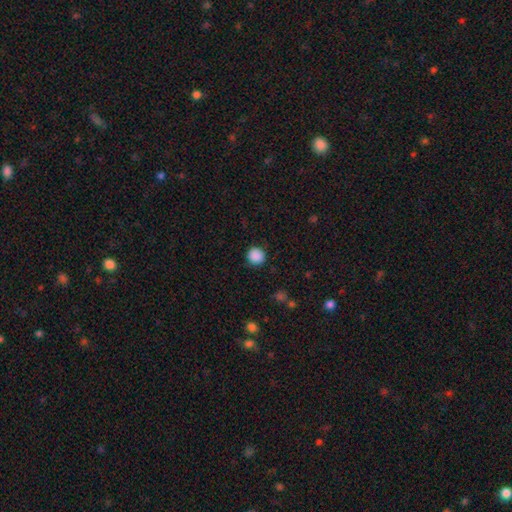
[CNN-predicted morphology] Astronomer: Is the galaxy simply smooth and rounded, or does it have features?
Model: smooth — 88%.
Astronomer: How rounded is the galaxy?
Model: round — 92%.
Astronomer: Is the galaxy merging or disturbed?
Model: none — 89%.